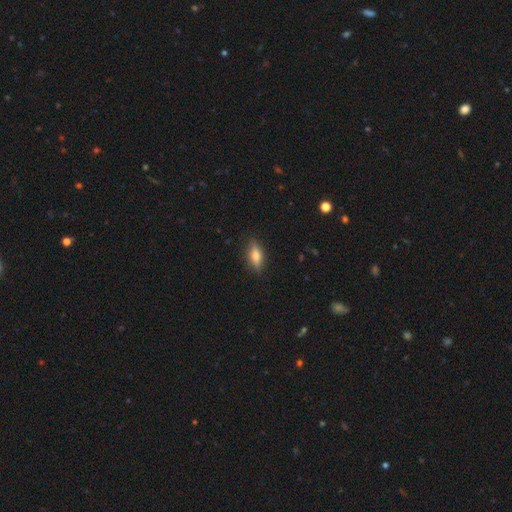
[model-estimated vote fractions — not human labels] Q: Smooth or featured?
A: smooth (57%); runner-up: featured or disk (35%)
Q: How rounded?
A: in between (59%); runner-up: cigar-shaped (37%)
Q: Merging?
A: none (85%); runner-up: minor disturbance (12%)